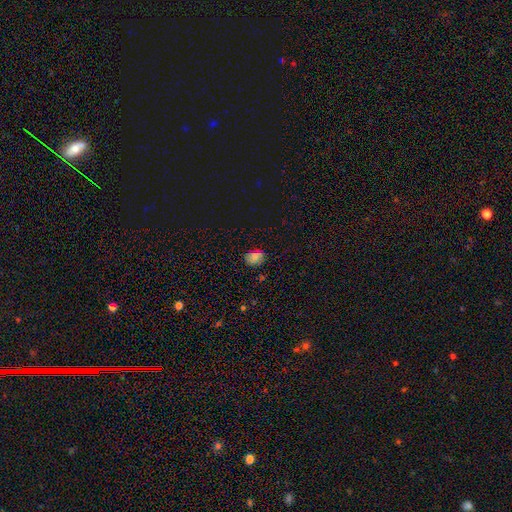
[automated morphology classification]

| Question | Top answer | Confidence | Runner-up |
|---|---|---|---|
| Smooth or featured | smooth | 71% | star or artifact (19%) |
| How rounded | in between | 50% | round (49%) |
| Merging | none | 81% | minor disturbance (15%) |